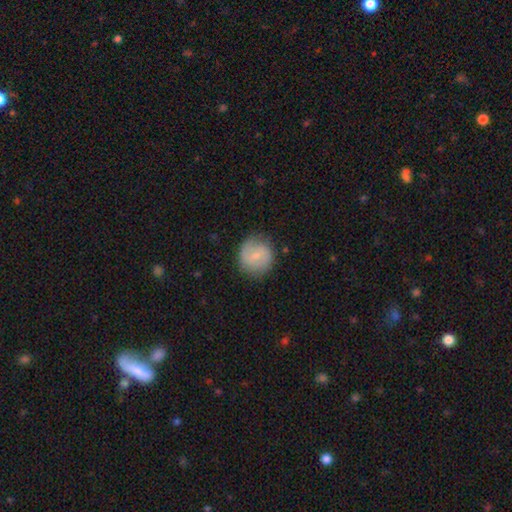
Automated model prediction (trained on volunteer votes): A smooth galaxy with no disk features (49%). Merging: none (80%).